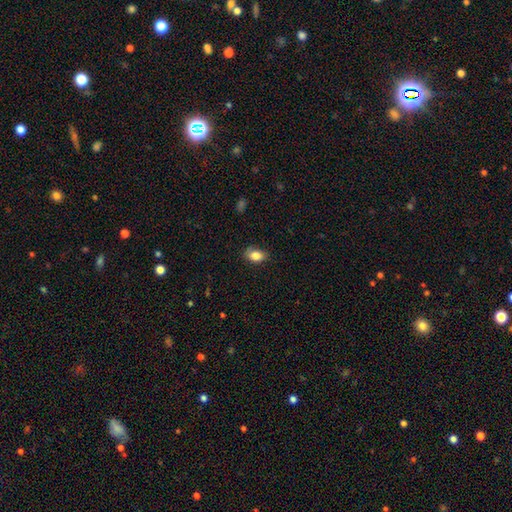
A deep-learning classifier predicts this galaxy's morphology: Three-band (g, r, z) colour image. It shows a smooth galaxy with no disk features (84%) that is in between round and cigar-shaped (83%). Merging: none (78%).